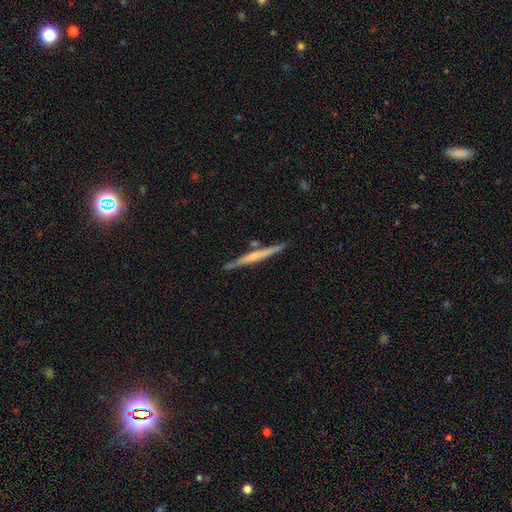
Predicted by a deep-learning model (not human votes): Smooth or featured? featured or disk (60%)
Edge-on disk? yes (97%)
Edge-on bulge? rounded (46%)
Merging? none (83%)